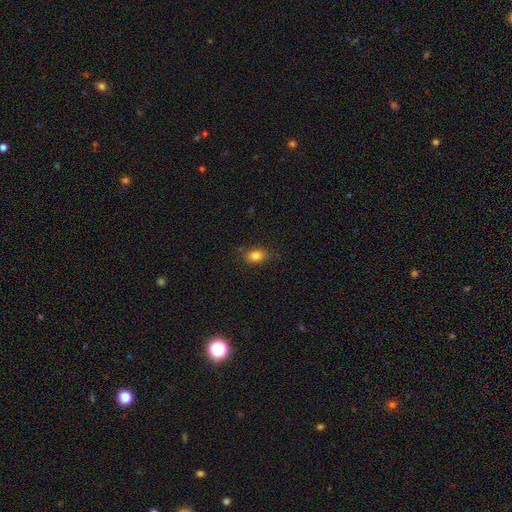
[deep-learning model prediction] Q: Smooth or featured?
A: smooth (83%); runner-up: star or artifact (10%)
Q: How rounded?
A: in between (69%); runner-up: round (30%)
Q: Merging?
A: none (80%); runner-up: minor disturbance (16%)